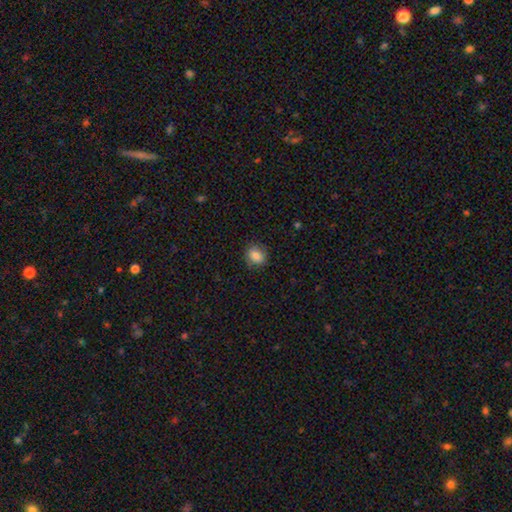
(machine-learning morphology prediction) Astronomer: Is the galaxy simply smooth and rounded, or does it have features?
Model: smooth — 85%.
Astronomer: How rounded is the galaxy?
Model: round — 54% (runner-up: in between, 44%).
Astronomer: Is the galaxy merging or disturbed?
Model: none — 84%.